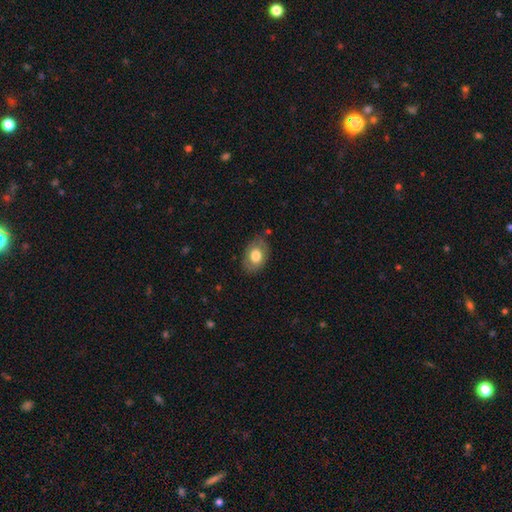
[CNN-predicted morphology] Smooth or featured: smooth — 68% (featured or disk — 25%)
How rounded: in between — 80% (round — 19%)
Merging: none — 75% (minor disturbance — 18%)